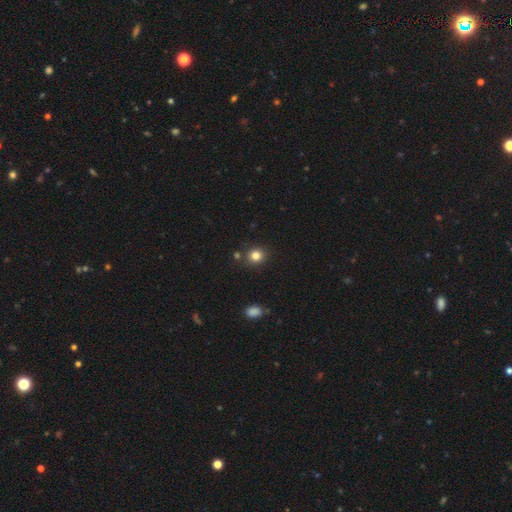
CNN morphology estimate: smooth-or-featured: smooth: 82% | star or artifact: 12% | featured or disk: 5%
  how-rounded: round: 82% | in between: 17% | cigar-shaped: 1%
  merging: none: 83% | minor disturbance: 9% | merger: 5% | major disturbance: 3%